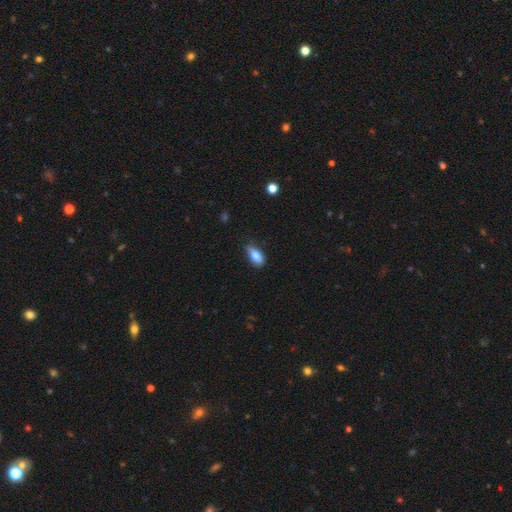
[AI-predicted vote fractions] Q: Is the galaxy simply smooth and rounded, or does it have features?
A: smooth — 77%.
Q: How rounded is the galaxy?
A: in between — 86%.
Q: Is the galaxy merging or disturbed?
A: none — 62%.